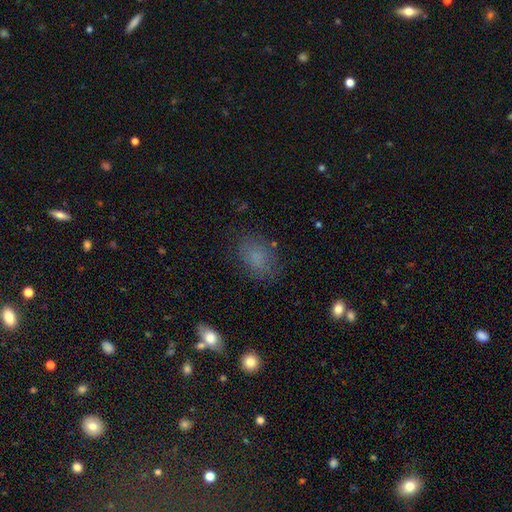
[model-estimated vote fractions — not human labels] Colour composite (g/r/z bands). It shows a smooth galaxy with no disk features (74%) that is in between round and cigar-shaped (73%). Merging: none (78%).